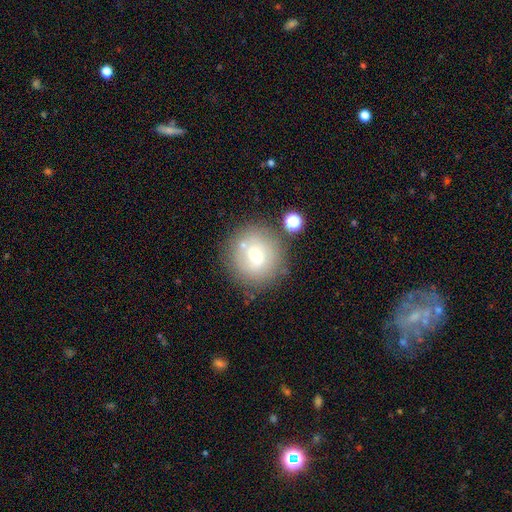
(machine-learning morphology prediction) This appears to be a smooth galaxy with no disk features (60%) that is round (90%). Merging: none (73%).